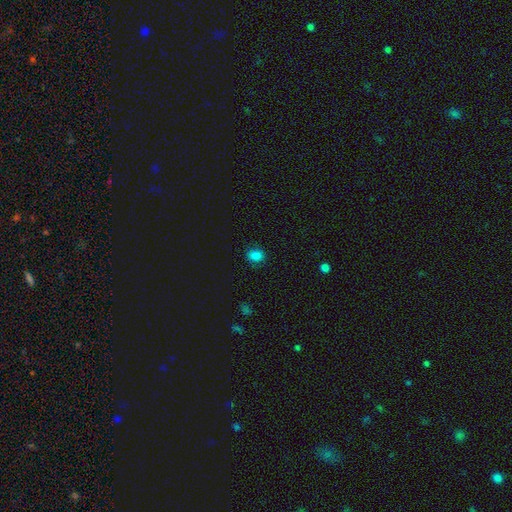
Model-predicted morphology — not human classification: smooth-or-featured: smooth: 82% | star or artifact: 14% | featured or disk: 4%
  how-rounded: in between: 51% | round: 48% | cigar-shaped: 1%
  merging: none: 84% | minor disturbance: 12% | major disturbance: 3% | merger: 1%